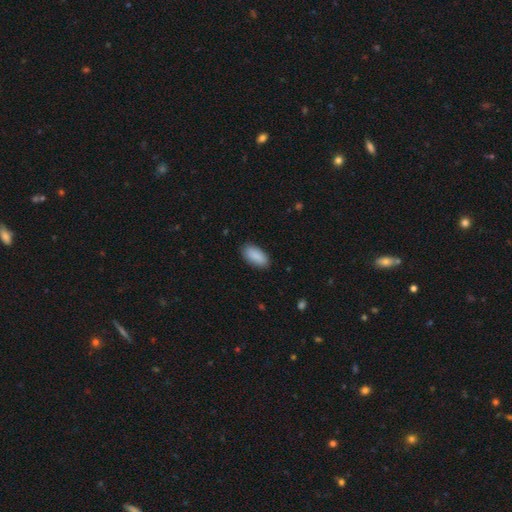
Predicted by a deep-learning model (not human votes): The model was most divided on "merging": none: 87%, minor disturbance: 10%, major disturbance: 2%, merger: 1%. More confident: how rounded — in between (92%); smooth or featured — smooth (91%).